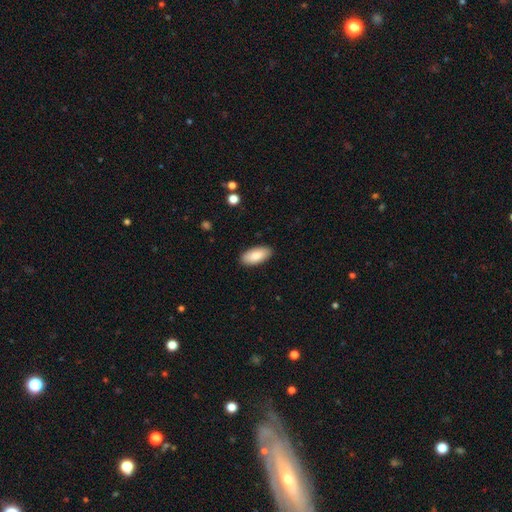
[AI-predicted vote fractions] This appears to be a smooth galaxy with no disk features (87%) that is in between round and cigar-shaped (92%). Merging: none (89%).